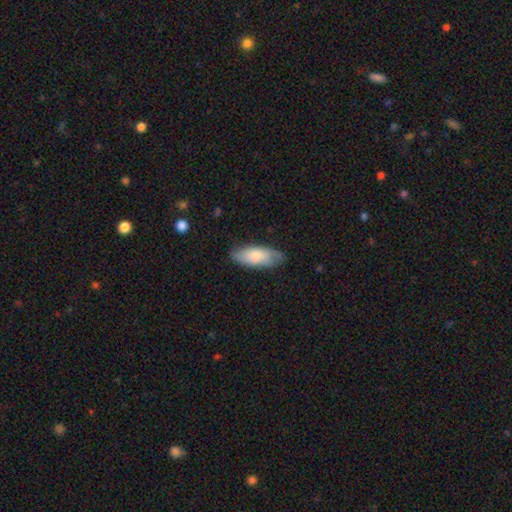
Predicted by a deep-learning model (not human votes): Morphology: type=smooth (78%); roundness=in between (76%); merging=none (76%).